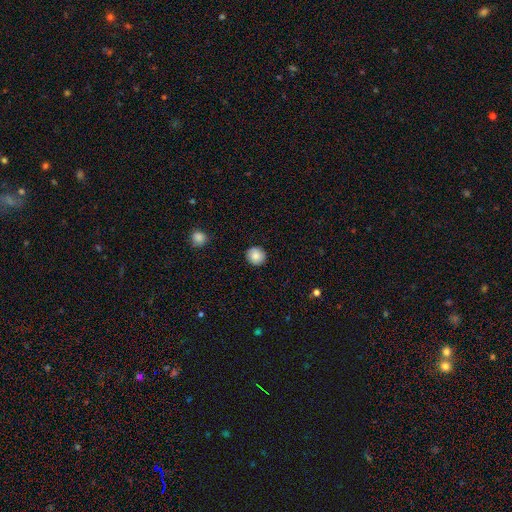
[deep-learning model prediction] Smooth or featured? Predicted: smooth (p=0.86). How rounded? Predicted: round (p=0.89). Merging? Predicted: none (p=0.90).